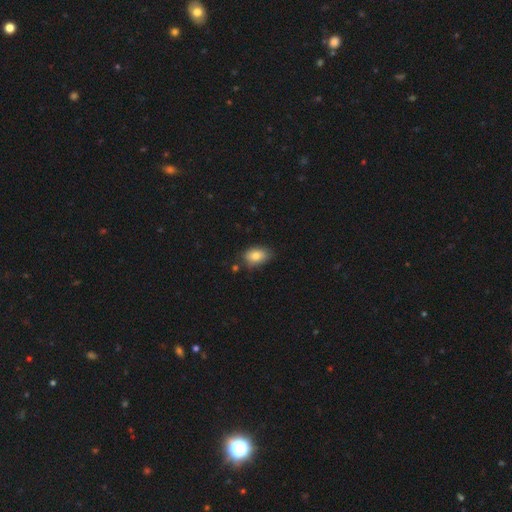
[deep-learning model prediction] smooth 82%, featured or disk 9%, star or artifact 8%. Down the decision tree: how rounded — in between (83%); merging — none (72%).